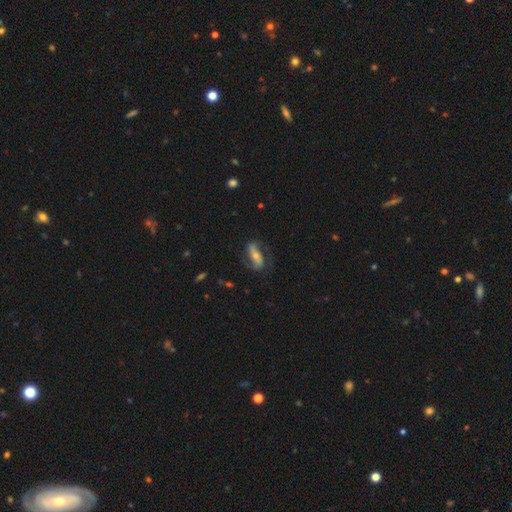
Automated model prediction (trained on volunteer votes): Smooth or featured? Predicted: featured or disk (p=0.71). Edge-on disk? Predicted: no (p=0.87). Bar? Predicted: strong (p=0.46). Spiral arms? Predicted: yes (p=0.88). Spiral winding? Predicted: loose (p=0.40). Spiral arm count? Predicted: 2 (p=0.85). Bulge size? Predicted: small (p=0.47). Merging? Predicted: none (p=0.68).